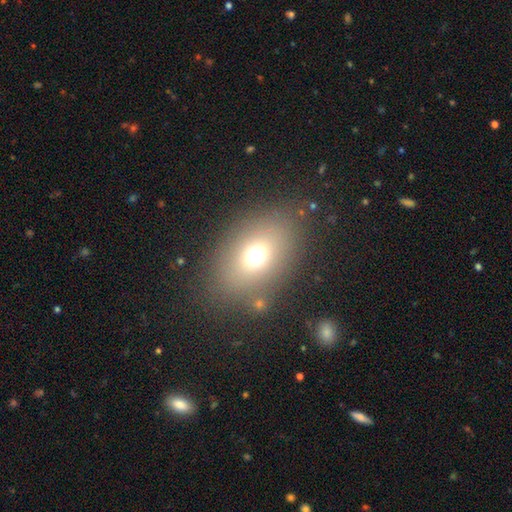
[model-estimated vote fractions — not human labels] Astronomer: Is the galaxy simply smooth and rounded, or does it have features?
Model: smooth — 67%.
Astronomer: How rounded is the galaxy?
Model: in between — 69%.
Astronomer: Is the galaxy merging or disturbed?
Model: none — 77%.